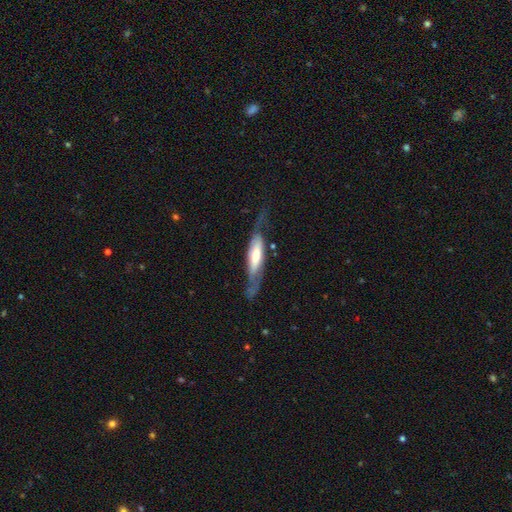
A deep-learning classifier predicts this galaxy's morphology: smooth-or-featured: featured or disk: 53% | smooth: 42% | star or artifact: 5%
  disk-edge-on: yes: 57% | no: 43%
  merging: none: 48% | minor disturbance: 26% | major disturbance: 24% | merger: 3%